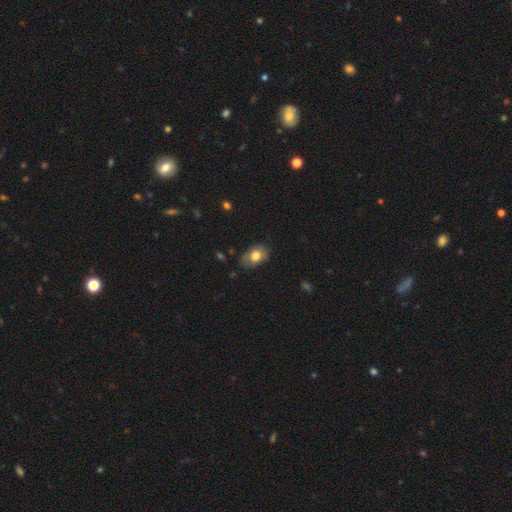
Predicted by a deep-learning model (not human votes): Smooth or featured? Predicted: smooth (p=0.74). How rounded? Predicted: in between (p=0.83). Merging? Predicted: none (p=0.66).